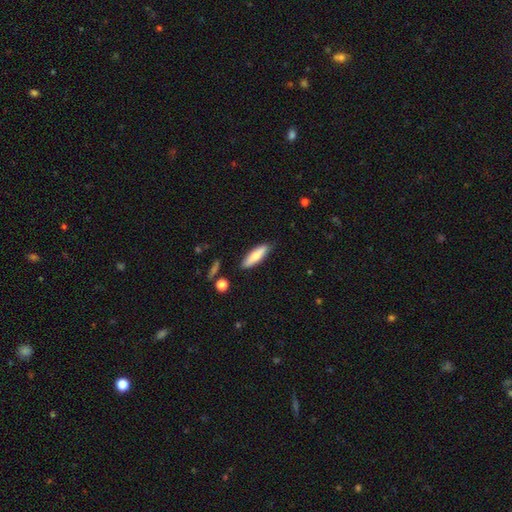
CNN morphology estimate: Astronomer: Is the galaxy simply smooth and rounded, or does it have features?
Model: smooth — 70%.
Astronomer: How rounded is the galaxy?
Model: cigar-shaped — 59% (runner-up: in between, 39%).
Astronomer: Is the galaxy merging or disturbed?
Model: none — 85%.